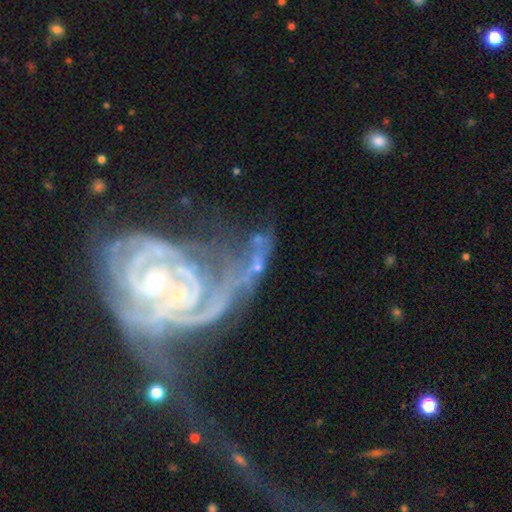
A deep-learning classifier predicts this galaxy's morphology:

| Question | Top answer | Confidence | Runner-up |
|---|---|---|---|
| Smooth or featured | featured or disk | 87% | star or artifact (7%) |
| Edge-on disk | no | 97% | yes (3%) |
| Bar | no | 67% | weak (21%) |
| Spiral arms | yes | 96% | no (4%) |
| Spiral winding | tight | 64% | medium (27%) |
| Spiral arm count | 2 | 41% | can't tell (20%) |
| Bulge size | small | 72% | moderate (23%) |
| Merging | merger | 51% | major disturbance (19%) |